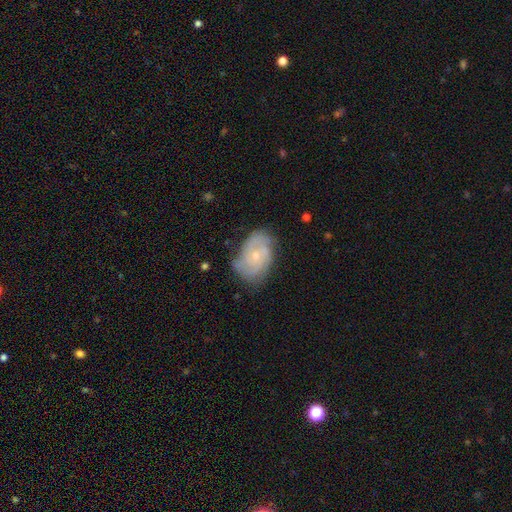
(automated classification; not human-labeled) featured or disk 74%, smooth 19%, star or artifact 7%. Down the decision tree: edge-on disk — no (97%); bar — no (77%); spiral arms — yes (91%); spiral arm count — 3 (29%); spiral winding — tight (53%); bulge size — small (70%); merging — none (67%).